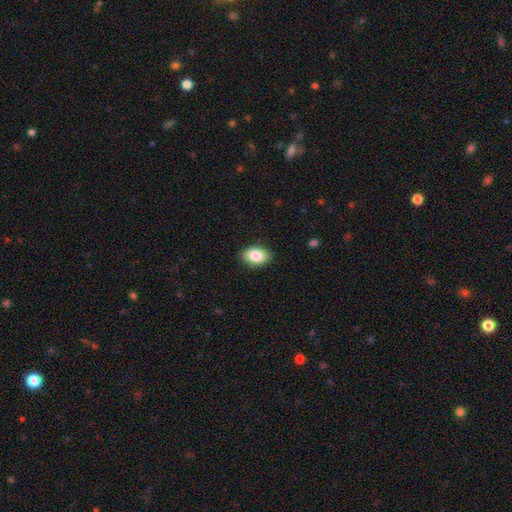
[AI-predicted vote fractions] Smooth or featured?
  - smooth: 85% *
  - featured or disk: 7%
  - star or artifact: 7%
How rounded?
  - in between: 86% *
  - round: 12%
  - cigar-shaped: 1%
Merging?
  - none: 88% *
  - minor disturbance: 9%
  - major disturbance: 2%
  - merger: 1%